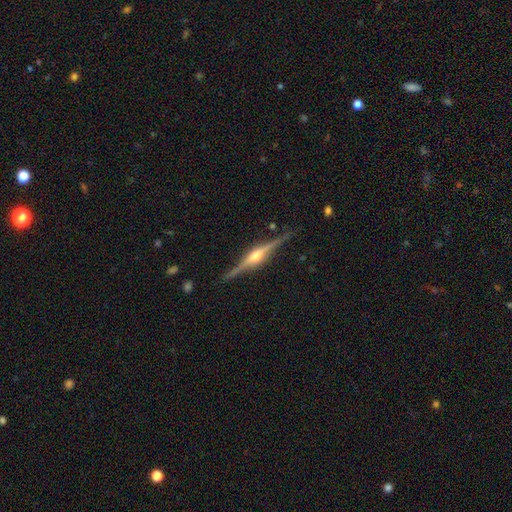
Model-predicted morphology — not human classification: This appears to be a featured or disk galaxy (88%) viewed edge-on (98%) with a rounded central bulge (90%). Merging: none (89%).